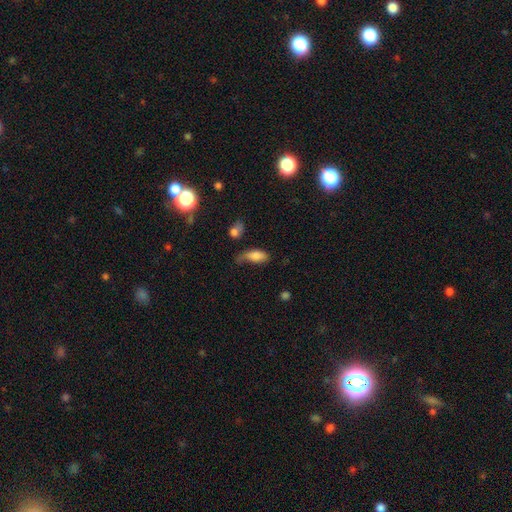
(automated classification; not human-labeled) Smooth or featured?
  - smooth: 77% *
  - featured or disk: 15%
  - star or artifact: 8%
How rounded?
  - in between: 86% *
  - cigar-shaped: 10%
  - round: 4%
Merging?
  - minor disturbance: 35% *
  - none: 30%
  - major disturbance: 29%
  - merger: 6%